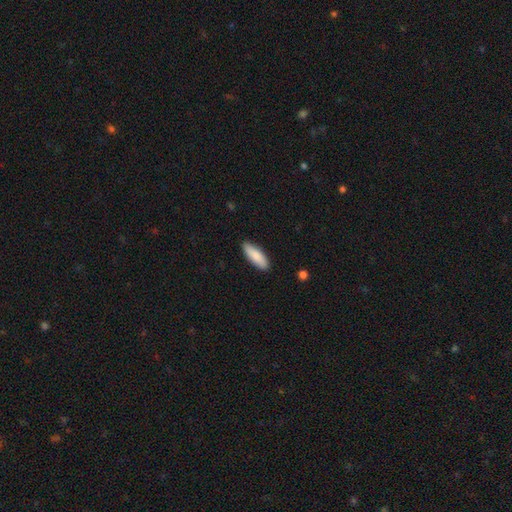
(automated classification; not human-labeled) Q: Smooth or featured?
A: smooth (87%); runner-up: featured or disk (8%)
Q: How rounded?
A: in between (58%); runner-up: cigar-shaped (40%)
Q: Merging?
A: none (88%); runner-up: minor disturbance (9%)